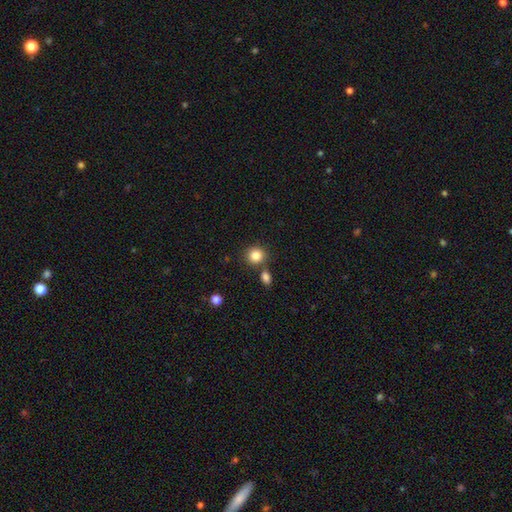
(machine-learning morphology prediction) smooth-or-featured: smooth: 85% | star or artifact: 10% | featured or disk: 5%
  how-rounded: round: 86% | in between: 13% | cigar-shaped: 1%
  merging: none: 74% | merger: 14% | minor disturbance: 9% | major disturbance: 3%